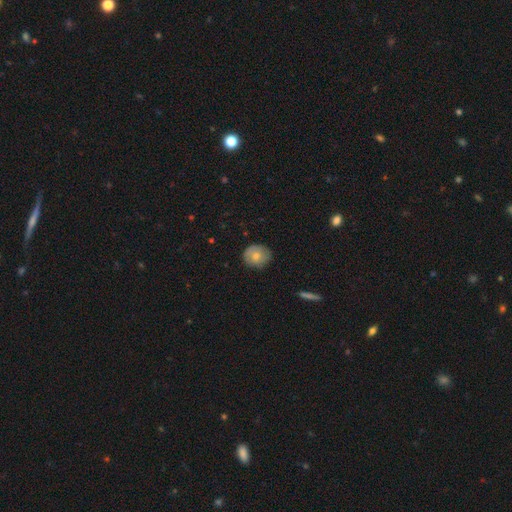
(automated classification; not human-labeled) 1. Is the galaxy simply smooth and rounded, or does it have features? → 73% smooth, 19% featured or disk, 8% star or artifact.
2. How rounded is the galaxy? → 79% round, 20% in between, 1% cigar-shaped.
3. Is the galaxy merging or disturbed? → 79% none, 16% minor disturbance, 3% major disturbance, 1% merger.